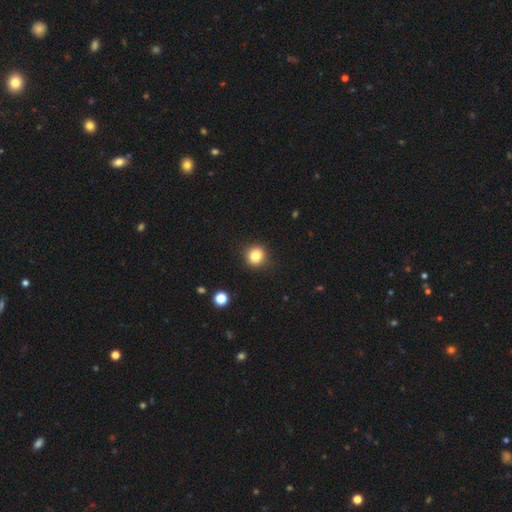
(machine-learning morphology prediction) Overall: smooth (82%). How rounded: round (90%). Merging: none (91%).